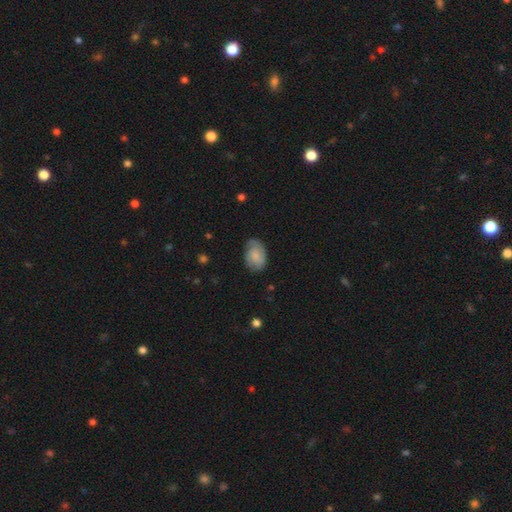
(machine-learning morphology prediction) Q: Smooth or featured?
A: smooth (64%); runner-up: featured or disk (29%)
Q: How rounded?
A: in between (86%); runner-up: round (12%)
Q: Merging?
A: none (70%); runner-up: minor disturbance (24%)